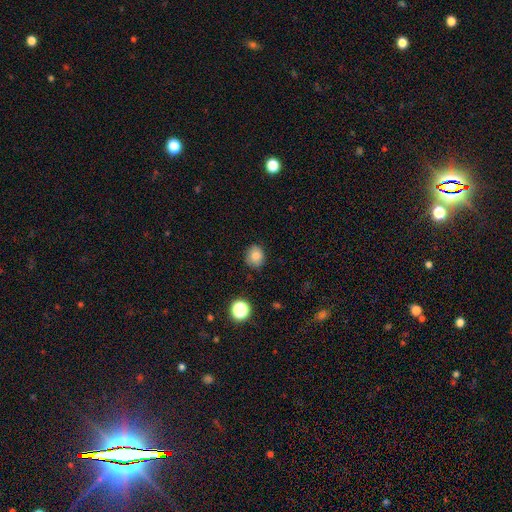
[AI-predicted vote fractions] A smooth galaxy with no disk features (81%) that is round (74%).

Vote fractions:
- Smooth or featured? smooth: 81% / star or artifact: 12% / featured or disk: 7%
- How rounded? round: 74% / in between: 25% / cigar-shaped: 1%
- Merging? none: 81% / minor disturbance: 15% / major disturbance: 3% / merger: 2%